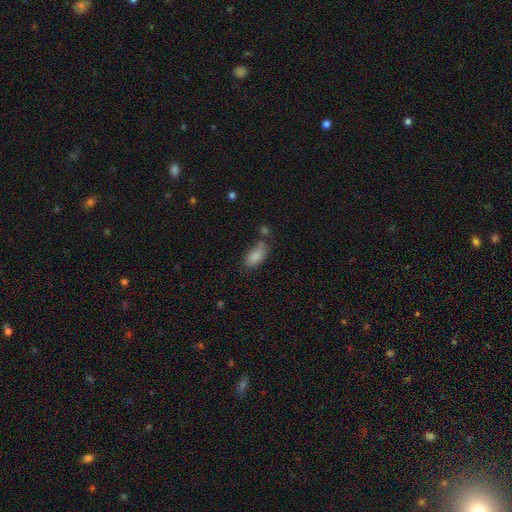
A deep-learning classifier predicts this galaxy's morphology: A smooth galaxy with no disk features (85%) that is in between round and cigar-shaped (88%).

Vote fractions:
- Smooth or featured? smooth: 85% / star or artifact: 8% / featured or disk: 7%
- How rounded? in between: 88% / cigar-shaped: 9% / round: 3%
- Merging? none: 55% / minor disturbance: 24% / merger: 13% / major disturbance: 8%